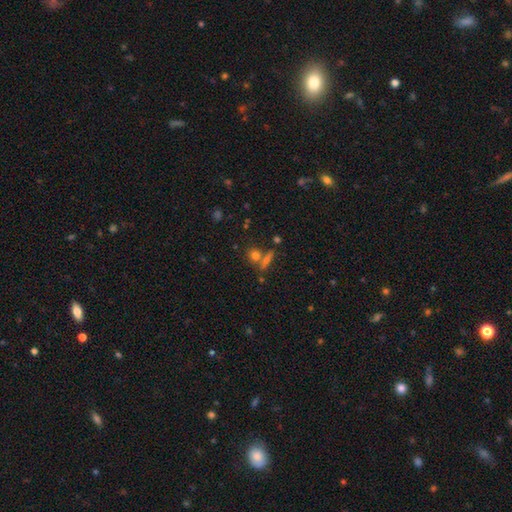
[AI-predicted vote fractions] Morphology: type=smooth (72%); roundness=round (69%); merging=none (60%).